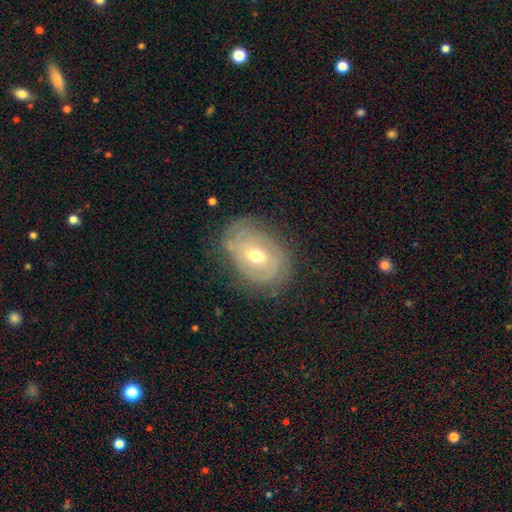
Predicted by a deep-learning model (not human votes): Morphology: type=featured or disk (71%); edge-on=no (95%); bar=weak (43%, tied with no); spiral arms=yes (77%); winding=tight (64%); arm count=can't tell (44%); bulge=moderate (73%); merging=none (68%).